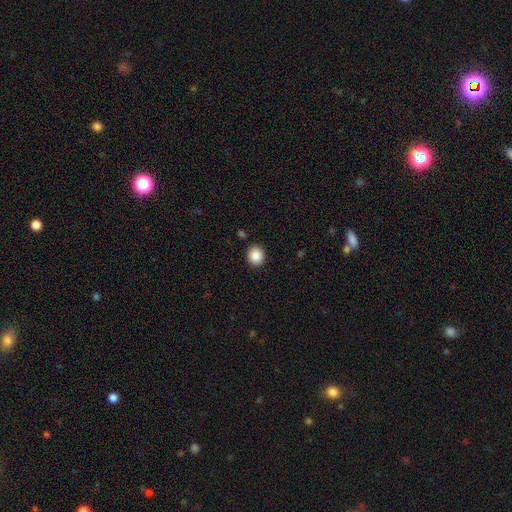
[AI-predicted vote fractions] The model was most divided on "how rounded": round: 78%, in between: 21%, cigar-shaped: 1%. More confident: merging — none (89%); smooth or featured — smooth (88%).